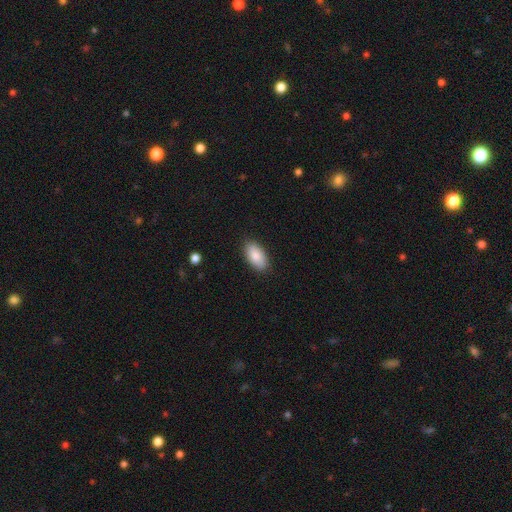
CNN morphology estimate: Smooth or featured? smooth (87%)
How rounded? in between (93%)
Merging? none (86%)